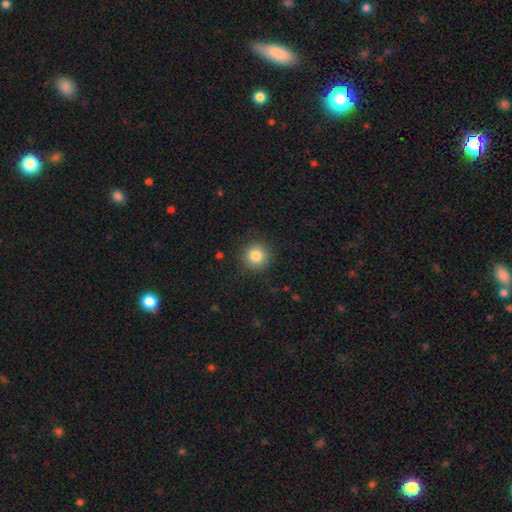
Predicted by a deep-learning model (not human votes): Q: Smooth or featured?
A: smooth (83%); runner-up: star or artifact (11%)
Q: How rounded?
A: round (94%); runner-up: in between (5%)
Q: Merging?
A: none (90%); runner-up: minor disturbance (7%)